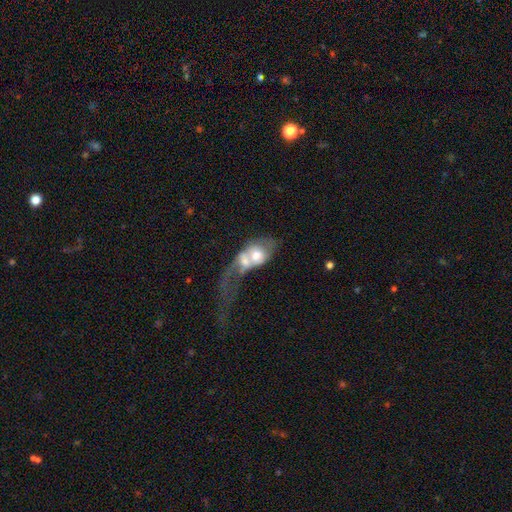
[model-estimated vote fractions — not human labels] Smooth or featured? smooth (48%)
Merging? merger (67%)